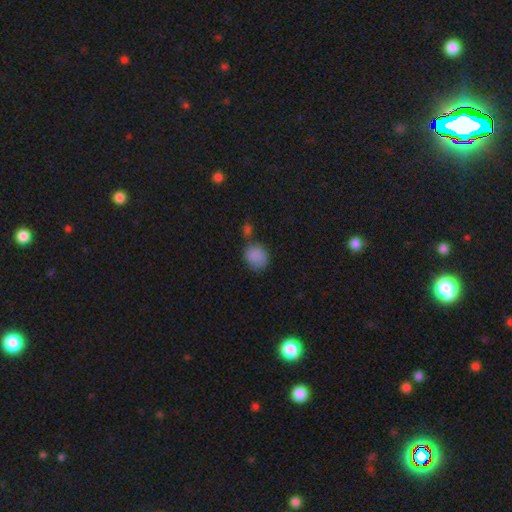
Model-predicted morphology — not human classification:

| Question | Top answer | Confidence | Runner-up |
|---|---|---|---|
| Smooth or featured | smooth | 86% | star or artifact (9%) |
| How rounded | round | 64% | in between (35%) |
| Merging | none | 60% | minor disturbance (20%) |